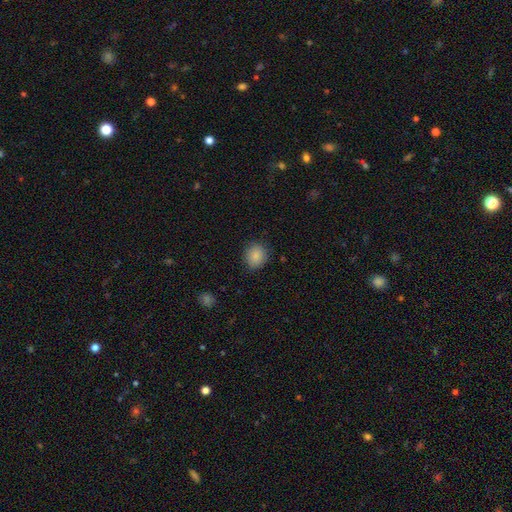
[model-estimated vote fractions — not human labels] smooth 85%, star or artifact 9%, featured or disk 6%. Down the decision tree: how rounded — round (78%); merging — none (84%).